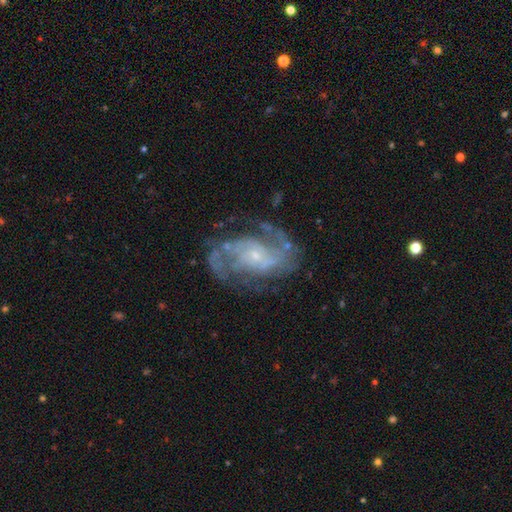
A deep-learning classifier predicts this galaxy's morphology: Q: Smooth or featured?
A: featured or disk (87%); runner-up: star or artifact (7%)
Q: Edge-on disk?
A: no (97%); runner-up: yes (3%)
Q: Bar?
A: no (59%); runner-up: weak (31%)
Q: Spiral arms?
A: yes (95%); runner-up: no (5%)
Q: Spiral winding?
A: medium (52%); runner-up: tight (26%)
Q: Spiral arm count?
A: 2 (74%); runner-up: can't tell (11%)
Q: Bulge size?
A: small (77%); runner-up: moderate (17%)
Q: Merging?
A: none (68%); runner-up: minor disturbance (17%)